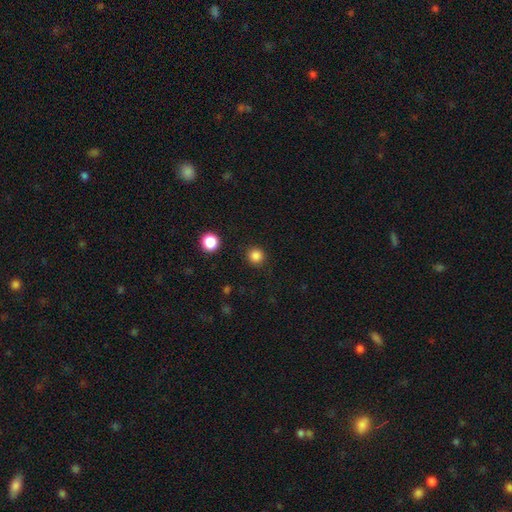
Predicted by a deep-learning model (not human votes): A smooth galaxy with no disk features (85%) that is round (95%). Merging: none (91%).